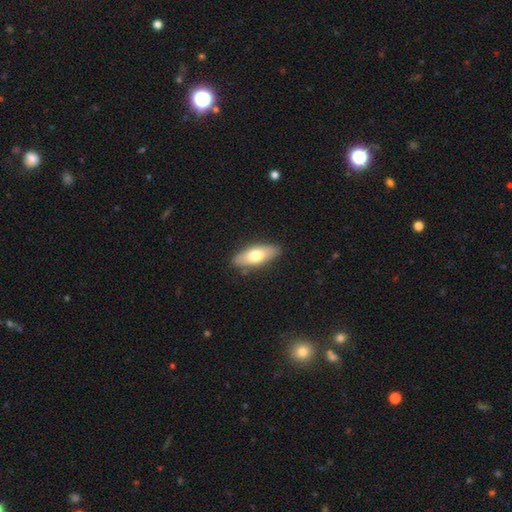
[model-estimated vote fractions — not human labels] The model was most divided on "smooth or featured": smooth: 68%, featured or disk: 26%, star or artifact: 6%. More confident: merging — none (85%); how rounded — in between (74%).